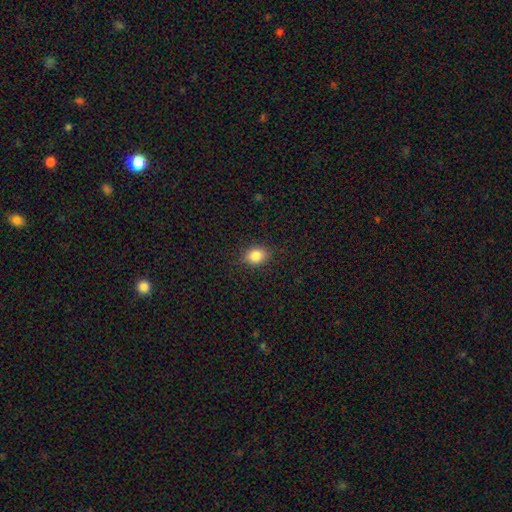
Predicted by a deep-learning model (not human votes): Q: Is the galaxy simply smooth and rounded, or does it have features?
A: smooth — 85%.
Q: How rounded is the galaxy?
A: in between — 54%.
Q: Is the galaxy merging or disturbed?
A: none — 86%.